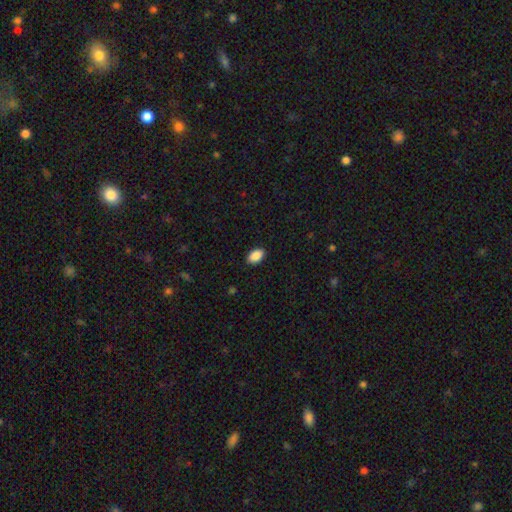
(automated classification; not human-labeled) smooth 90%, star or artifact 7%, featured or disk 3%. Down the decision tree: how rounded — in between (92%); merging — none (89%).